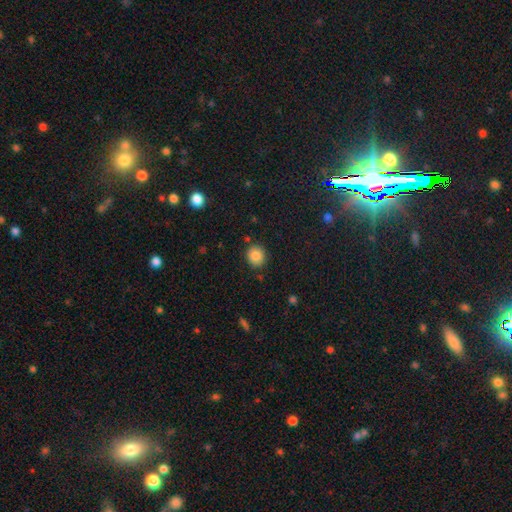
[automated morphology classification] This appears to be a smooth galaxy with no disk features (84%) that is round (85%). Merging: none (87%).